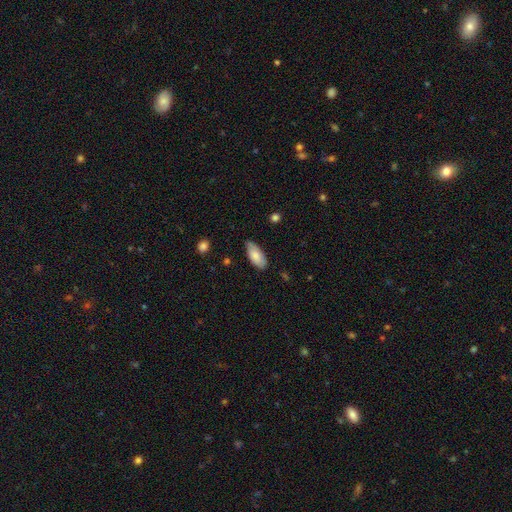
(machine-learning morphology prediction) smooth 80%, featured or disk 14%, star or artifact 6%. Down the decision tree: how rounded — in between (90%); merging — none (69%).